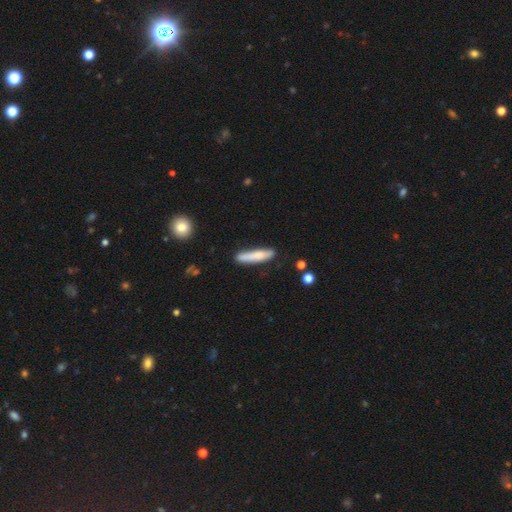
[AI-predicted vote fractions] A smooth galaxy with no disk features (74%) that is cigar-shaped (87%).

Vote fractions:
- Smooth or featured? smooth: 74% / featured or disk: 20% / star or artifact: 6%
- How rounded? cigar-shaped: 87% / in between: 11% / round: 1%
- Merging? none: 77% / minor disturbance: 16% / merger: 4% / major disturbance: 3%